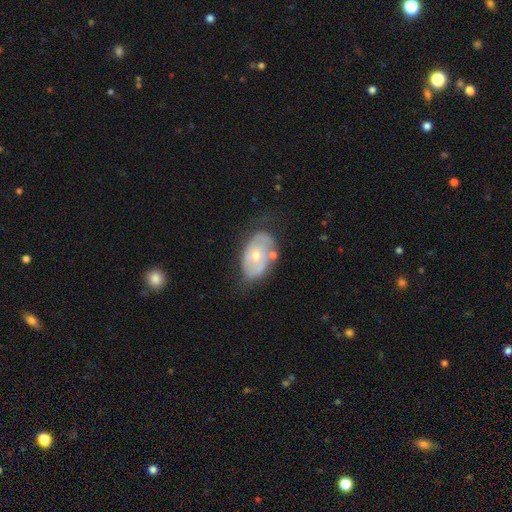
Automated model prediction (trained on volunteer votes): Q: Smooth or featured?
A: featured or disk (57%); runner-up: smooth (36%)
Q: Edge-on disk?
A: no (94%); runner-up: yes (6%)
Q: Bar?
A: no (82%); runner-up: weak (15%)
Q: Spiral arms?
A: no (55%); runner-up: yes (45%)
Q: Bulge size?
A: moderate (51%); runner-up: small (45%)
Q: Merging?
A: none (51%); runner-up: minor disturbance (28%)